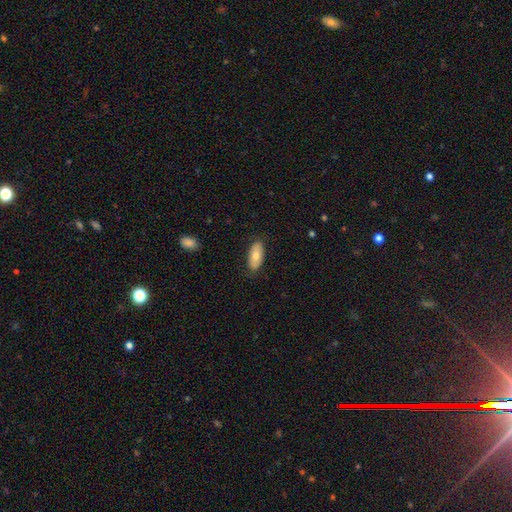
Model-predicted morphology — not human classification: Overall: smooth (72%). How rounded: in between (91%). Merging: none (82%).